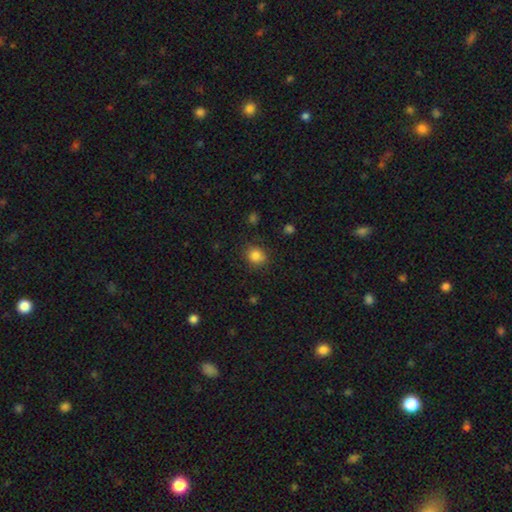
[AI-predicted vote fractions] Q: Smooth or featured?
A: smooth (83%); runner-up: star or artifact (12%)
Q: How rounded?
A: round (75%); runner-up: in between (24%)
Q: Merging?
A: none (85%); runner-up: minor disturbance (11%)